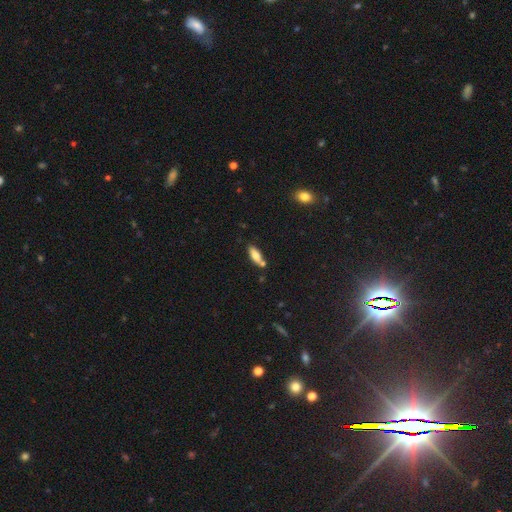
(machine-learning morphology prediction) The model was most divided on "how rounded": in between: 65%, cigar-shaped: 32%, round: 2%. More confident: smooth or featured — smooth (74%); merging — none (61%).